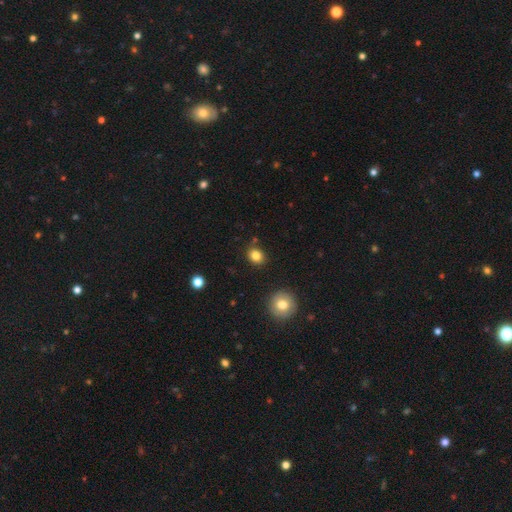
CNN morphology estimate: This appears to be a smooth galaxy with no disk features (83%) that is round (66%). Merging: none (85%).